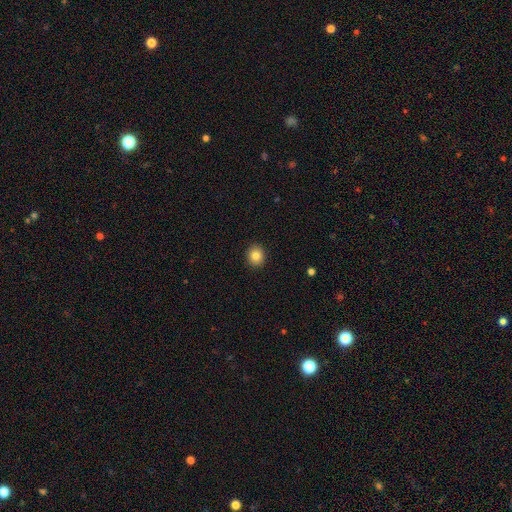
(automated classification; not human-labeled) Q: Smooth or featured?
A: smooth (84%); runner-up: star or artifact (10%)
Q: How rounded?
A: round (75%); runner-up: in between (24%)
Q: Merging?
A: none (92%); runner-up: minor disturbance (6%)